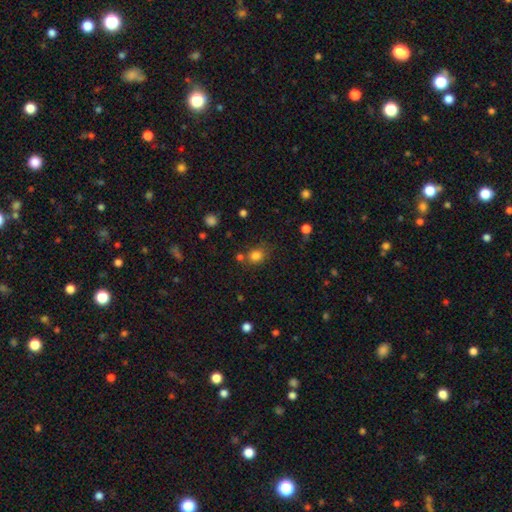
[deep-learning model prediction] Smooth or featured? Predicted: smooth (p=0.81). How rounded? Predicted: round (p=0.68). Merging? Predicted: none (p=0.67).